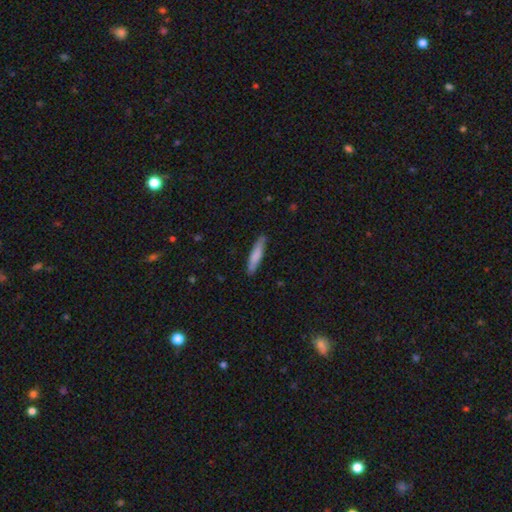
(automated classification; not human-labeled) smooth 78%, featured or disk 17%, star or artifact 5%. Down the decision tree: how rounded — cigar-shaped (84%); merging — none (86%).